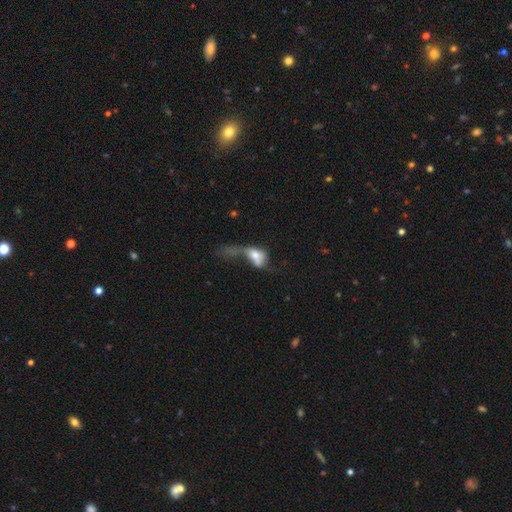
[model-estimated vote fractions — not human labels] A smooth galaxy with no disk features (55%) that is in between round and cigar-shaped (73%).

Vote fractions:
- Smooth or featured? smooth: 55% / featured or disk: 35% / star or artifact: 10%
- How rounded? in between: 73% / round: 20% / cigar-shaped: 7%
- Merging? major disturbance: 51% / merger: 28% / none: 11% / minor disturbance: 10%